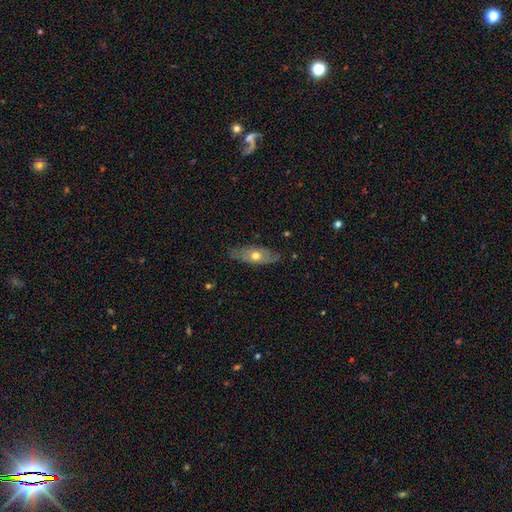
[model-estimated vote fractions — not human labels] Q: Smooth or featured?
A: smooth (50%); runner-up: featured or disk (44%)
Q: Merging?
A: none (76%); runner-up: minor disturbance (19%)